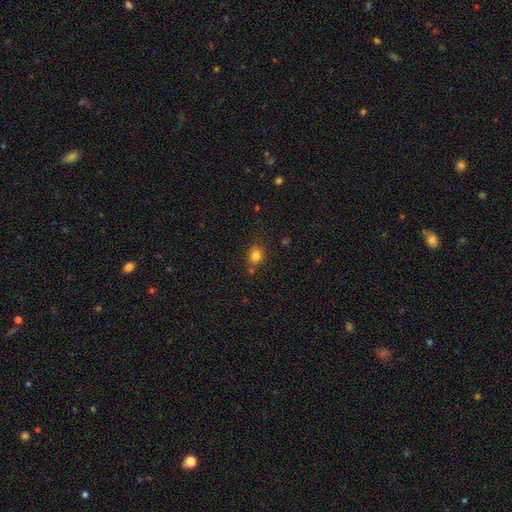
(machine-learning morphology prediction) Smooth or featured: smooth — 81% (star or artifact — 12%)
How rounded: round — 71% (in between — 28%)
Merging: none — 72% (minor disturbance — 17%)